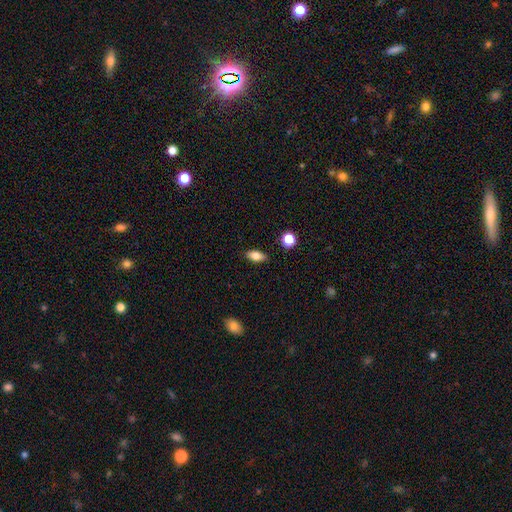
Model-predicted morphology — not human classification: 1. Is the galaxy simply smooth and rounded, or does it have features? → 78% smooth, 14% featured or disk, 8% star or artifact.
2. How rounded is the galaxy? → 84% in between, 10% cigar-shaped, 6% round.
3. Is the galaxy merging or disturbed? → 87% none, 10% minor disturbance, 2% major disturbance, 2% merger.